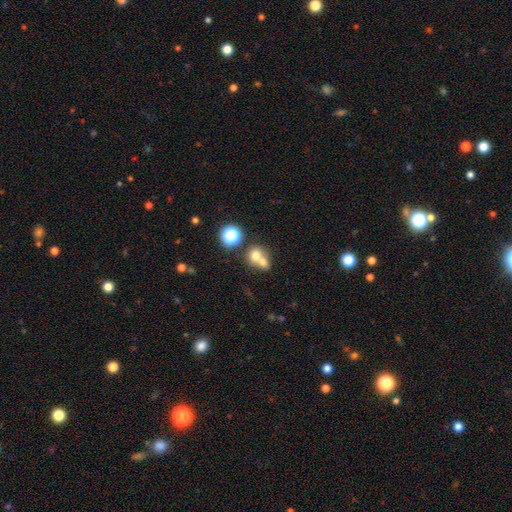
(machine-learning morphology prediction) The model was most divided on "merging": merger: 62%, none: 30%, minor disturbance: 5%, major disturbance: 3%. More confident: how rounded — round (77%); smooth or featured — smooth (69%).